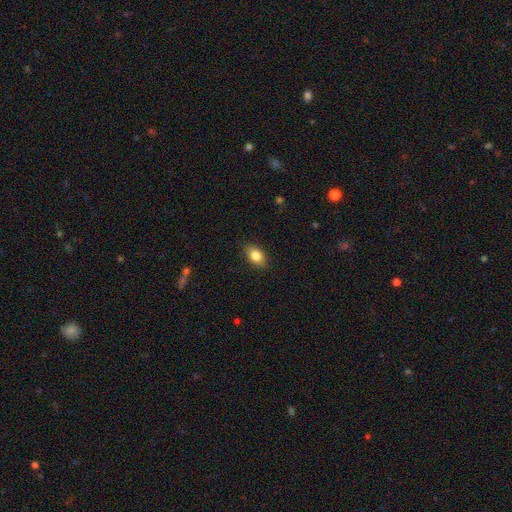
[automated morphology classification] Overall: smooth (85%). How rounded: in between (84%). Merging: none (86%).